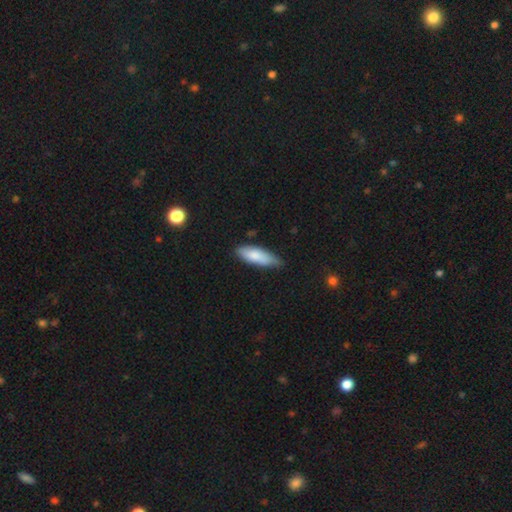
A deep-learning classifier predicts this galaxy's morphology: A smooth galaxy with no disk features (80%) that is in between round and cigar-shaped (60%).

Vote fractions:
- Smooth or featured? smooth: 80% / featured or disk: 15% / star or artifact: 6%
- How rounded? in between: 60% / cigar-shaped: 38% / round: 2%
- Merging? none: 68% / minor disturbance: 27% / major disturbance: 4% / merger: 2%